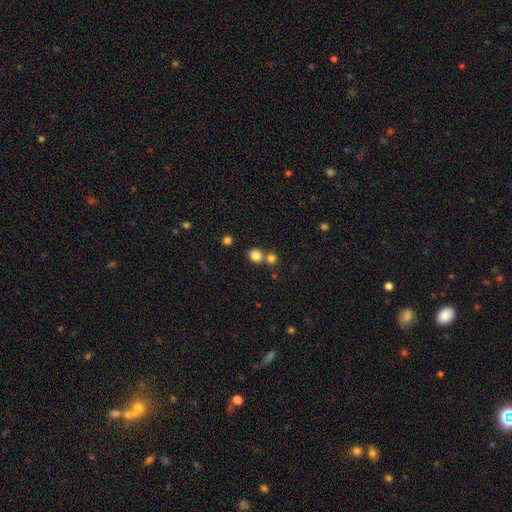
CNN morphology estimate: smooth_or_featured: smooth (p=0.83) [alt: star or artifact p=0.11]
how_rounded: round (p=0.73) [alt: in between p=0.26]
merging: none (p=0.55) [alt: merger p=0.35]